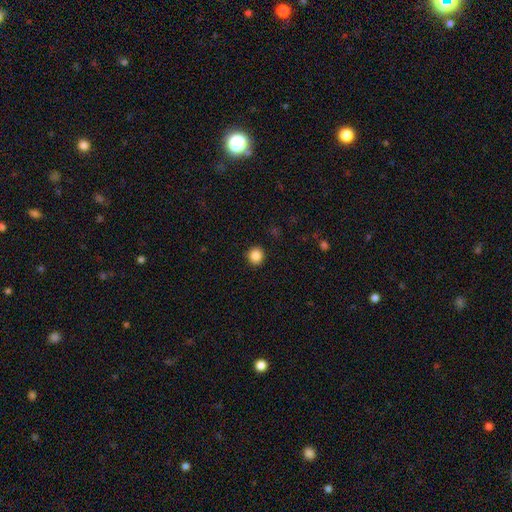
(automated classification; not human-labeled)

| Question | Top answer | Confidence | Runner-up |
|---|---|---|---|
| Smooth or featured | smooth | 87% | star or artifact (10%) |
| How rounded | round | 91% | in between (8%) |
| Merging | none | 92% | minor disturbance (5%) |